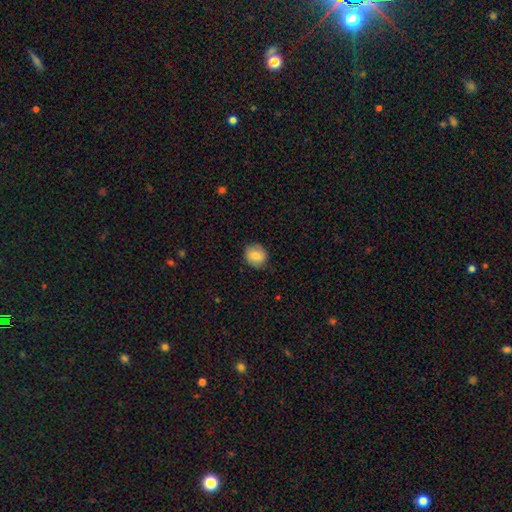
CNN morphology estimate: Smooth or featured? Predicted: smooth (p=0.77). How rounded? Predicted: round (p=0.77). Merging? Predicted: none (p=0.83).